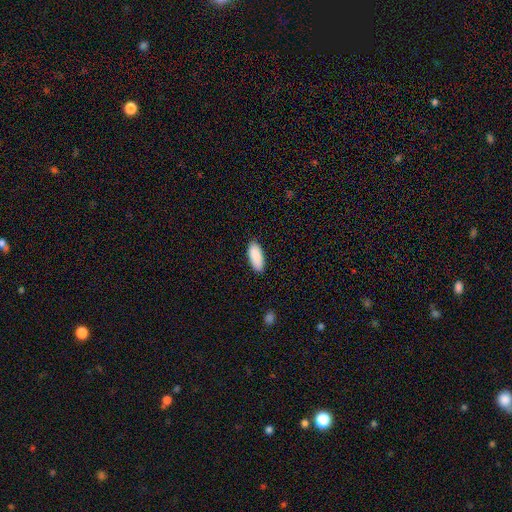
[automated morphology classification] smooth-or-featured: smooth: 90% | star or artifact: 6% | featured or disk: 4%
  how-rounded: in between: 83% | cigar-shaped: 15% | round: 2%
  merging: none: 87% | minor disturbance: 10% | major disturbance: 2% | merger: 1%